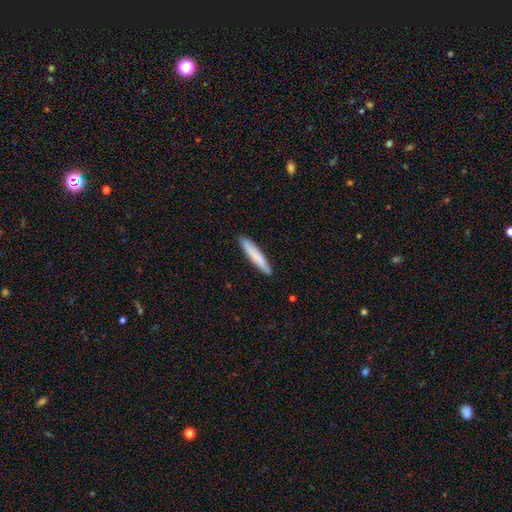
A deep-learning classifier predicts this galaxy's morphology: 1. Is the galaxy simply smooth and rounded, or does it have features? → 80% smooth, 15% featured or disk, 5% star or artifact.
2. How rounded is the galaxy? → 92% cigar-shaped, 7% in between, 1% round.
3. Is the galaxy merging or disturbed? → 90% none, 8% minor disturbance, 1% major disturbance, 1% merger.